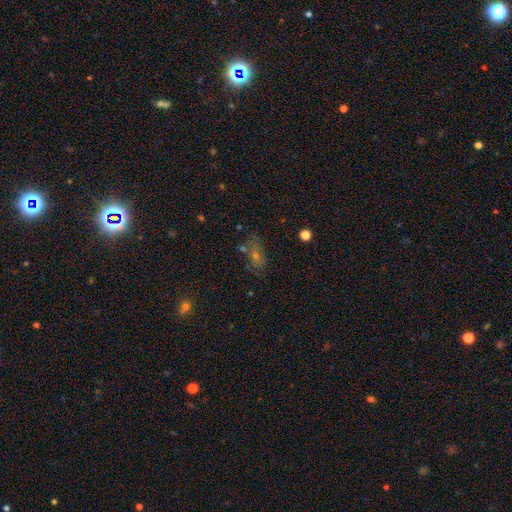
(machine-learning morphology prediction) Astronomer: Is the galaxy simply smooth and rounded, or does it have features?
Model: smooth — 46% (runner-up: star or artifact, 31%).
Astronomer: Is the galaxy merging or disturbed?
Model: none — 64%.